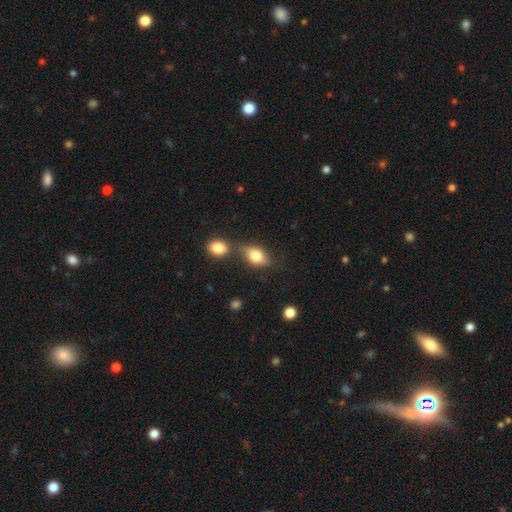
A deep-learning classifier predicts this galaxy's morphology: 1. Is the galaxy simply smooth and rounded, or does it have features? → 75% smooth, 17% featured or disk, 8% star or artifact.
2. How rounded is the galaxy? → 80% in between, 17% round, 4% cigar-shaped.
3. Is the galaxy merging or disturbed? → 56% none, 22% merger, 16% minor disturbance, 6% major disturbance.